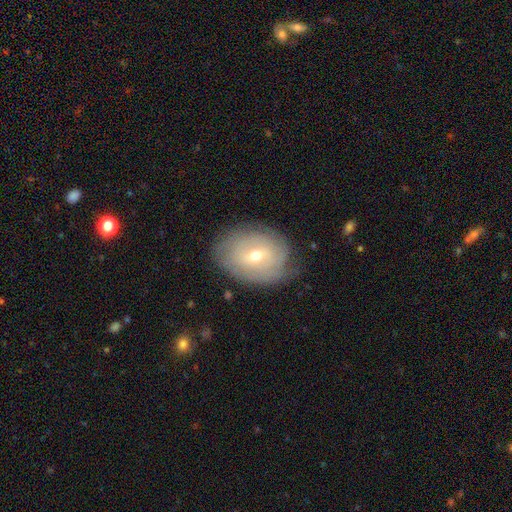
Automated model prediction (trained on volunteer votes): A featured or disk galaxy (61%) with a weak bar (45%), spiral arms (68%) and a moderate central bulge (54%). Merging: none (73%).